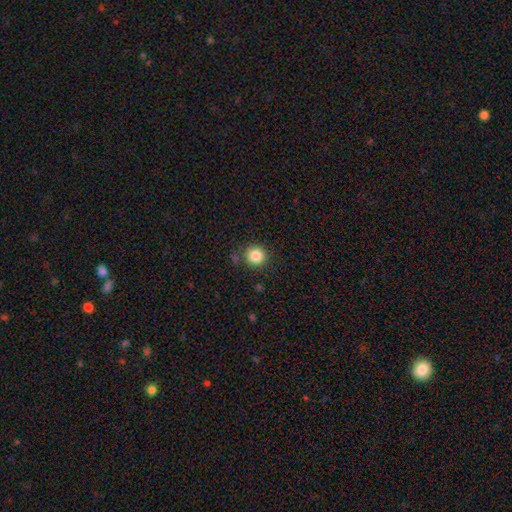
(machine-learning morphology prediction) This is clearly a smooth galaxy (85%). How rounded: clearly round (93%). Merging: clearly none (85%).